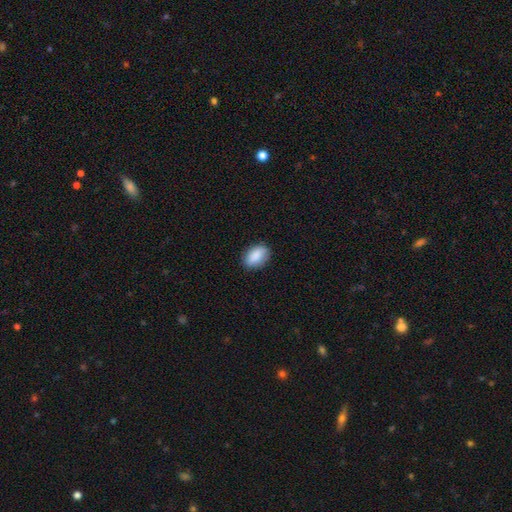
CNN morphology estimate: smooth 88%, star or artifact 7%, featured or disk 6%. Down the decision tree: how rounded — in between (88%); merging — none (85%).